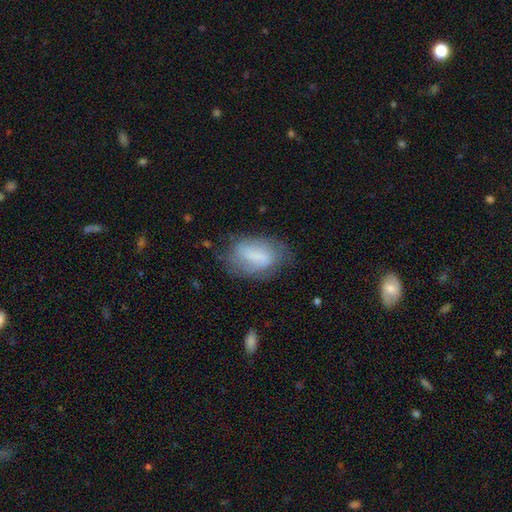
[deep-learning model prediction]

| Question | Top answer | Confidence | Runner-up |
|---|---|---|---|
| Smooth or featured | smooth | 54% | featured or disk (36%) |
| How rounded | in between | 89% | round (7%) |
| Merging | none | 61% | minor disturbance (26%) |